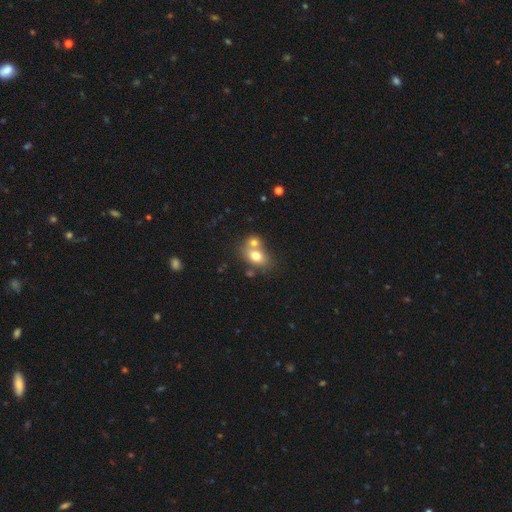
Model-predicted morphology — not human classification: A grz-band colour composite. It shows a smooth galaxy with no disk features (74%) that is in between round and cigar-shaped (66%). Merging: merger (50%).